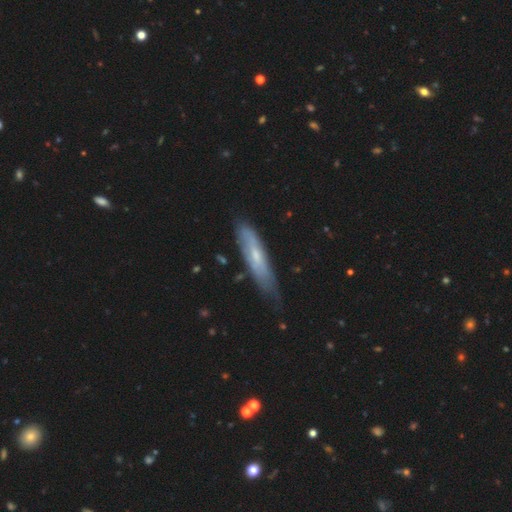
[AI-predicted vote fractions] A featured or disk galaxy (47%, tied with smooth). Merging: none (64%).